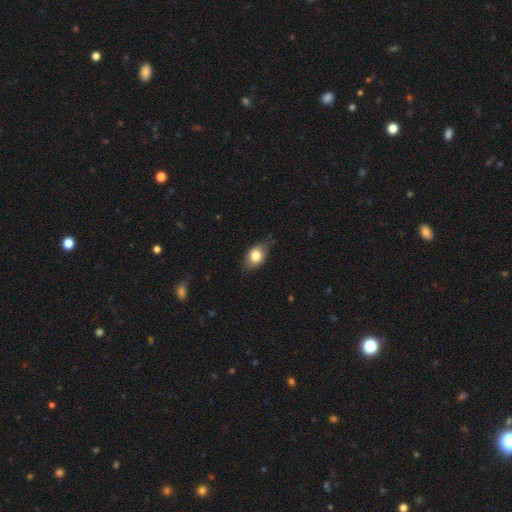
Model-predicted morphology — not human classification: Smooth or featured? Predicted: smooth (p=0.79). How rounded? Predicted: in between (p=0.80). Merging? Predicted: none (p=0.74).